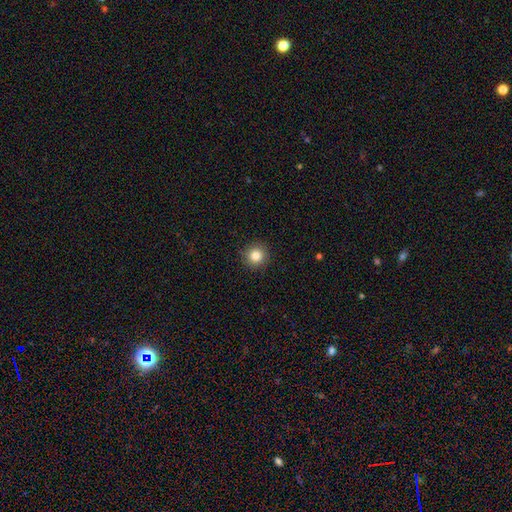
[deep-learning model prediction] smooth-or-featured: smooth: 83% | star or artifact: 11% | featured or disk: 6%
  how-rounded: round: 94% | in between: 5% | cigar-shaped: 1%
  merging: none: 91% | minor disturbance: 6% | major disturbance: 2% | merger: 1%